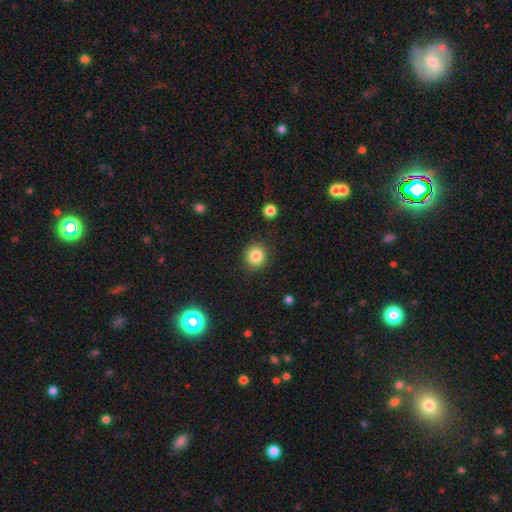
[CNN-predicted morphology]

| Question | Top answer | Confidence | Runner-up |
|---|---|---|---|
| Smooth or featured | smooth | 84% | star or artifact (10%) |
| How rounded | round | 86% | in between (13%) |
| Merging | none | 89% | minor disturbance (7%) |